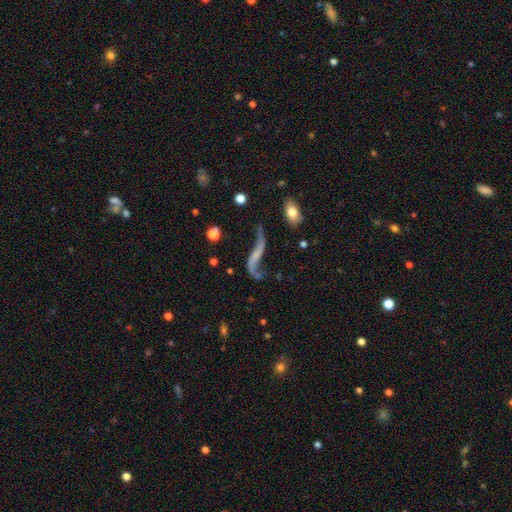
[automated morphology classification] Smooth or featured?
  - featured or disk: 78% *
  - smooth: 13%
  - star or artifact: 9%
Edge-on disk?
  - no: 85% *
  - yes: 15%
Bar?
  - no: 50% *
  - weak: 29%
  - strong: 22%
Spiral arms?
  - yes: 87% *
  - no: 13%
Spiral winding?
  - loose: 95% *
  - medium: 3%
  - tight: 2%
Spiral arm count?
  - 2: 89% *
  - 1: 6%
  - can't tell: 2%
  - 3: 1%
  - 4: 1%
  - more than 4: 1%
Bulge size?
  - none: 48% *
  - small: 40%
  - moderate: 9%
  - large: 2%
  - dominant: 2%
Merging?
  - none: 49% *
  - major disturbance: 23%
  - minor disturbance: 21%
  - merger: 7%